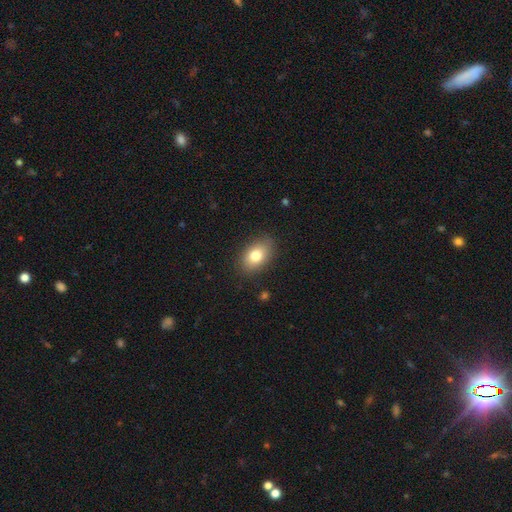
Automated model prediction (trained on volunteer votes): Morphology: type=smooth (79%); roundness=in between (86%); merging=none (85%).